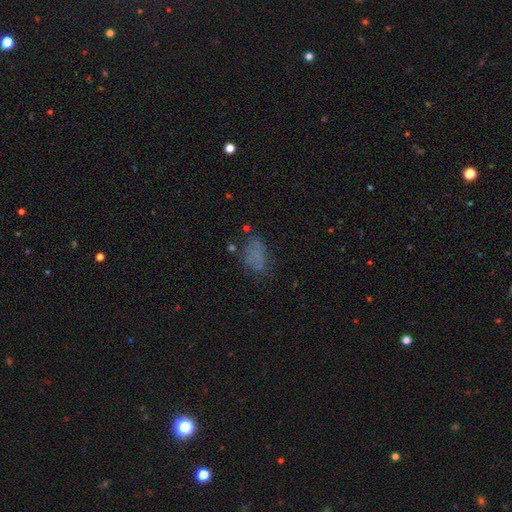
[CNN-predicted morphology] Q: Smooth or featured?
A: smooth (62%); runner-up: featured or disk (20%)
Q: How rounded?
A: in between (86%); runner-up: round (10%)
Q: Merging?
A: none (55%); runner-up: minor disturbance (22%)